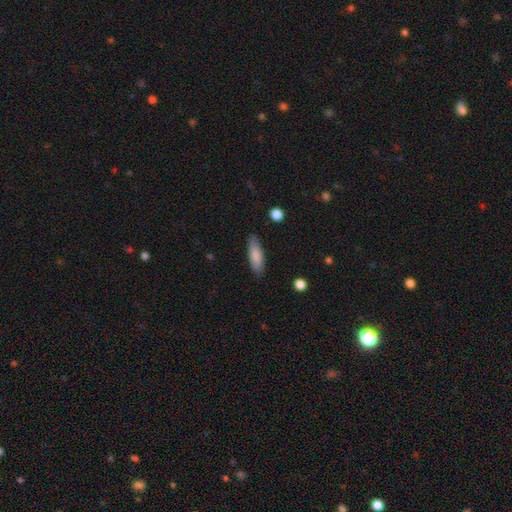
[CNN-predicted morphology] type=smooth (82%); roundness=in between (51%); merging=none (84%).